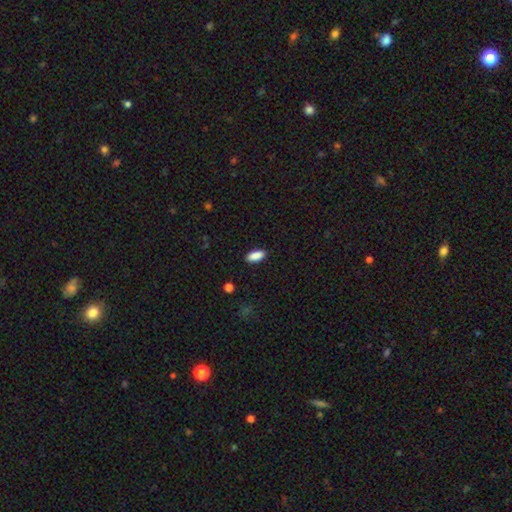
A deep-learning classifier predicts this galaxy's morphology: Smooth or featured?
  - smooth: 89% *
  - star or artifact: 7%
  - featured or disk: 4%
How rounded?
  - in between: 84% *
  - cigar-shaped: 13%
  - round: 2%
Merging?
  - none: 89% *
  - minor disturbance: 8%
  - major disturbance: 2%
  - merger: 1%